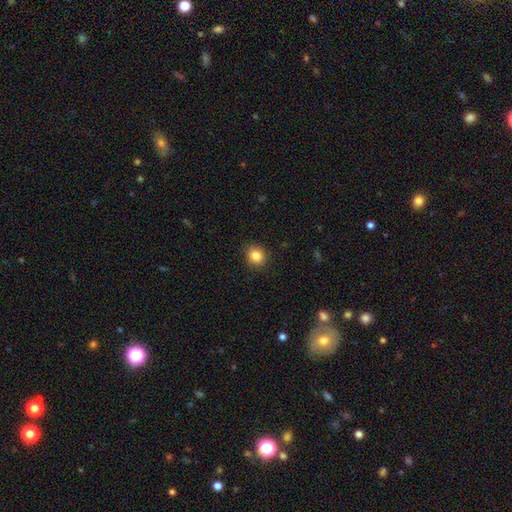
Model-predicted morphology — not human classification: The model was most divided on "how rounded": round: 78%, in between: 21%, cigar-shaped: 1%. More confident: merging — none (88%); smooth or featured — smooth (85%).